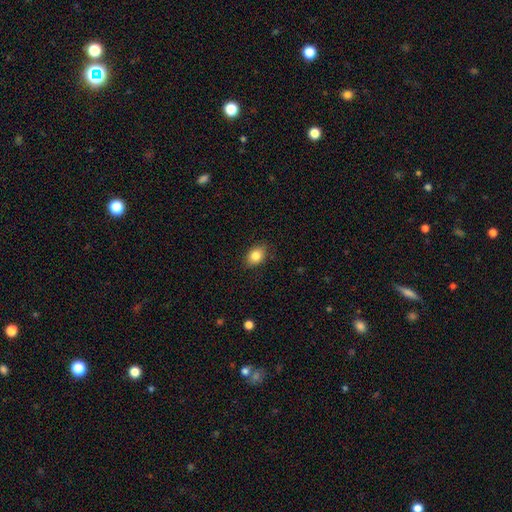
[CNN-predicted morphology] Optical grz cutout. It shows a smooth galaxy with no disk features (84%) that is in between round and cigar-shaped (75%). Merging: none (85%).